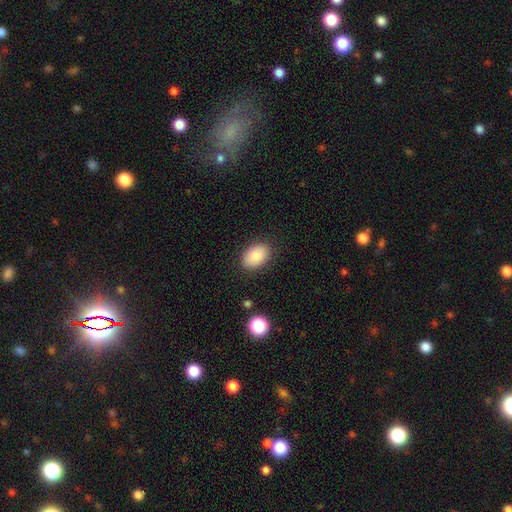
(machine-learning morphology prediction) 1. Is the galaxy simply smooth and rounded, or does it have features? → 83% smooth, 9% featured or disk, 8% star or artifact.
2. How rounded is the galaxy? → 87% in between, 12% round, 1% cigar-shaped.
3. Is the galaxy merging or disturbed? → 87% none, 10% minor disturbance, 3% major disturbance, 1% merger.